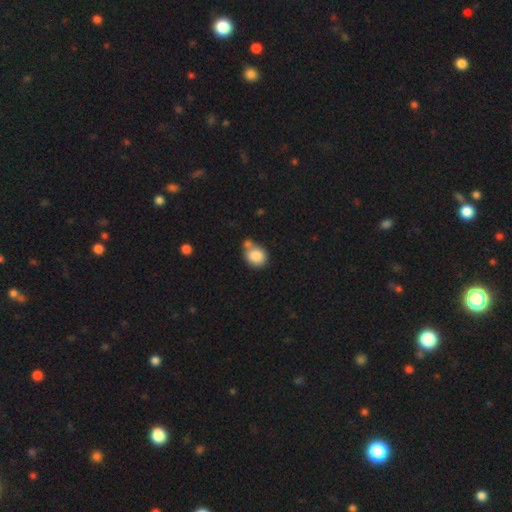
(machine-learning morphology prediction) Smooth or featured? Predicted: smooth (p=0.85). How rounded? Predicted: round (p=0.73). Merging? Predicted: none (p=0.48).